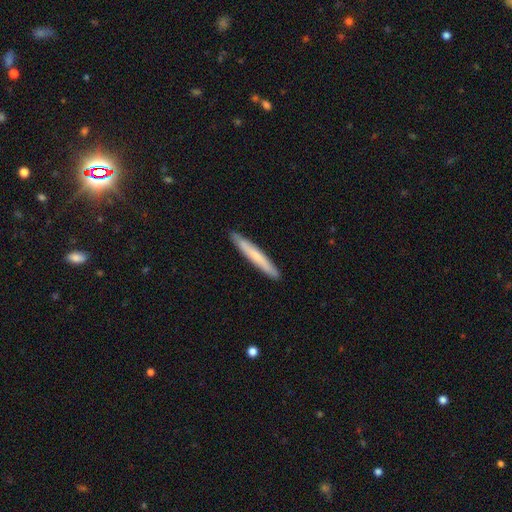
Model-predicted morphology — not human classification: Smooth or featured? smooth (66%)
How rounded? cigar-shaped (96%)
Merging? none (90%)